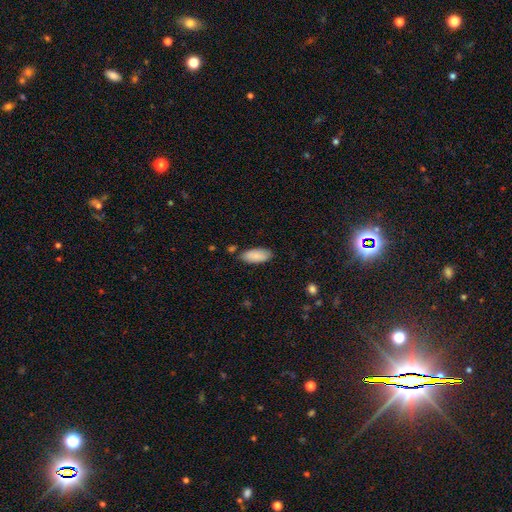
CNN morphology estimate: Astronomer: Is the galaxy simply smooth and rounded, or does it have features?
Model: smooth — 87%.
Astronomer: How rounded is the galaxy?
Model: in between — 90%.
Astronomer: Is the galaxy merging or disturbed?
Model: none — 76%.